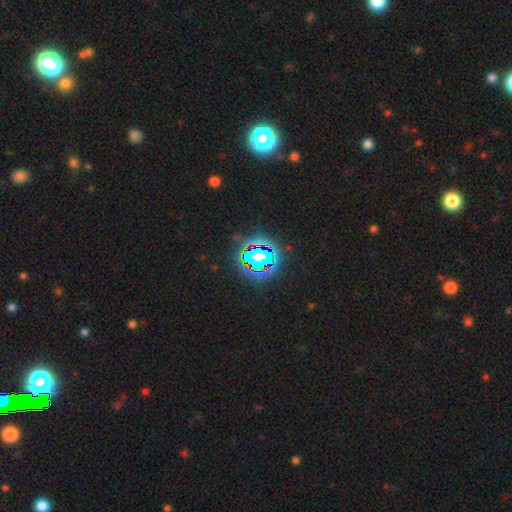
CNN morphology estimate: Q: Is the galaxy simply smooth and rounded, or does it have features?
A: star or artifact — 68%.